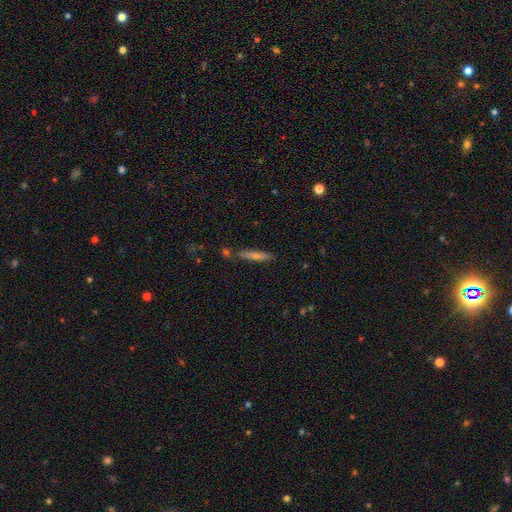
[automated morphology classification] Smooth or featured: featured or disk — 45% (smooth — 41%)
Merging: none — 80% (minor disturbance — 11%)